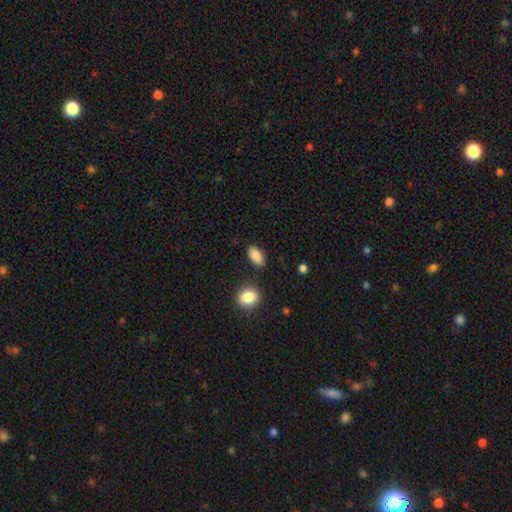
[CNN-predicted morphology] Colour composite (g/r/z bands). It shows a smooth galaxy with no disk features (88%) that is in between round and cigar-shaped (91%). Merging: none (82%).